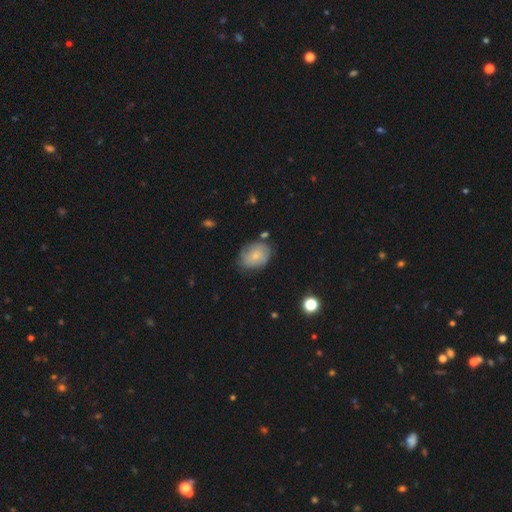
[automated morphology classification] Smooth or featured? Predicted: smooth (p=0.60). How rounded? Predicted: in between (p=0.66). Merging? Predicted: none (p=0.67).